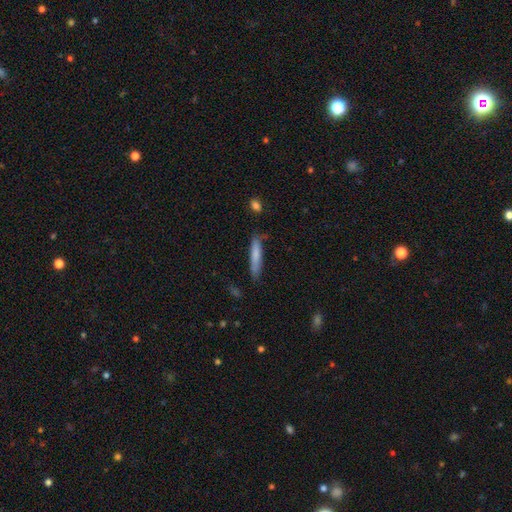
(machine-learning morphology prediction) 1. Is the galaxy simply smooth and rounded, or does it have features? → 77% smooth, 17% featured or disk, 6% star or artifact.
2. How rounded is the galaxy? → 90% cigar-shaped, 8% in between, 1% round.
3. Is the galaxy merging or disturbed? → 76% none, 18% minor disturbance, 3% major disturbance, 3% merger.